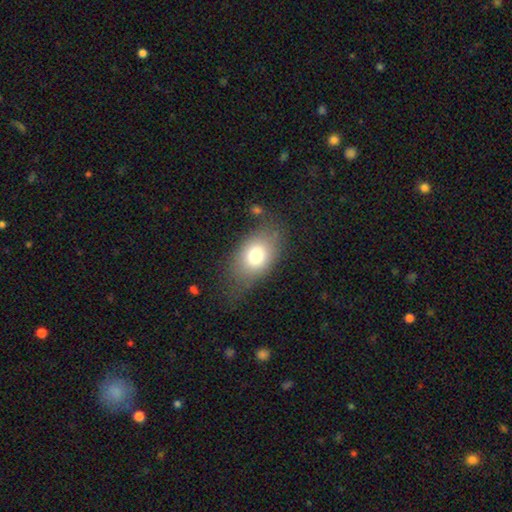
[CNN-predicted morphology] This is likely a smooth galaxy (75%). How rounded: clearly in between (81%). Merging: likely none (64%).